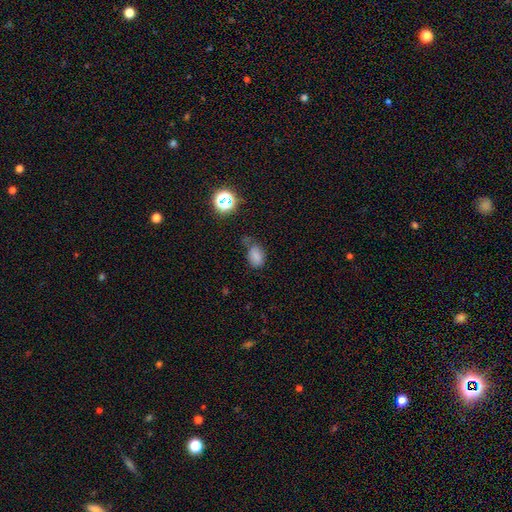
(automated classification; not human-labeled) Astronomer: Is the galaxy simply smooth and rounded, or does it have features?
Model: smooth — 77%.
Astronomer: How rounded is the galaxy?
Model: in between — 82%.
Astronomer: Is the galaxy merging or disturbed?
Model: none — 53% (runner-up: minor disturbance, 28%).